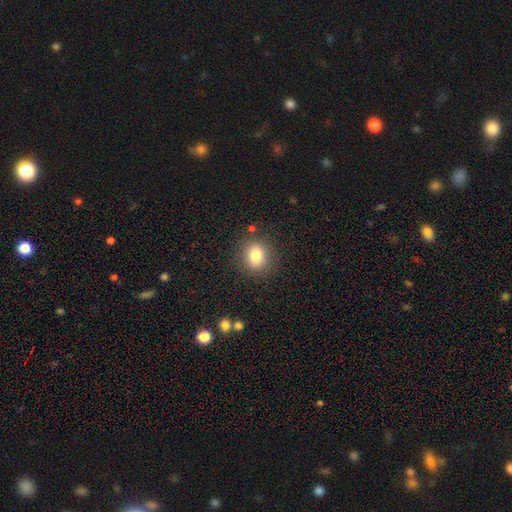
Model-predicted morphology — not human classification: A smooth galaxy with no disk features (82%) that is round (67%). Merging: none (86%).